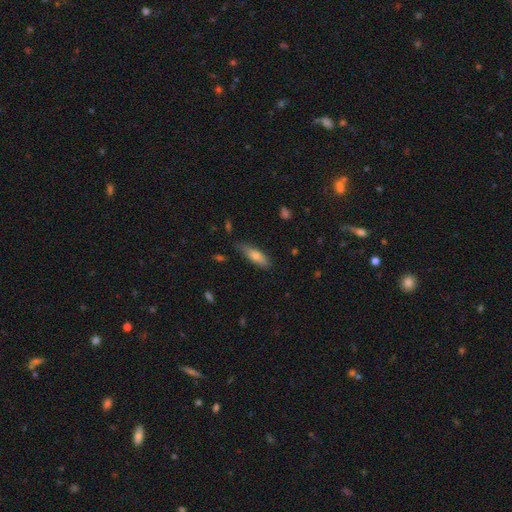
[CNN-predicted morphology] This is likely a smooth galaxy (72%). How rounded: possibly cigar-shaped (54%). Merging: likely none (75%).